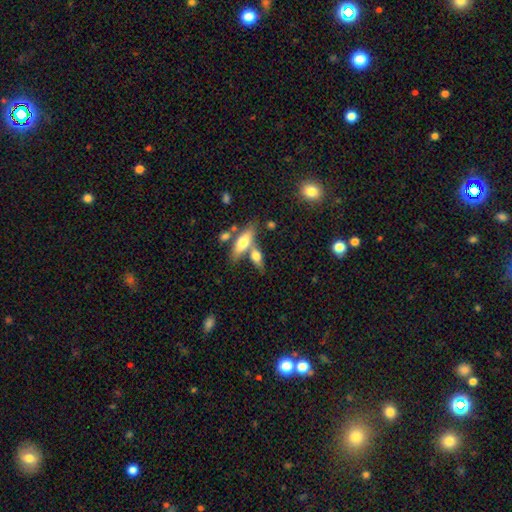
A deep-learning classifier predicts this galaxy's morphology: A smooth galaxy with no disk features (64%) that is in between round and cigar-shaped (60%).

Vote fractions:
- Smooth or featured? smooth: 64% / featured or disk: 29% / star or artifact: 7%
- How rounded? in between: 60% / cigar-shaped: 34% / round: 6%
- Merging? none: 46% / merger: 38% / minor disturbance: 11% / major disturbance: 5%